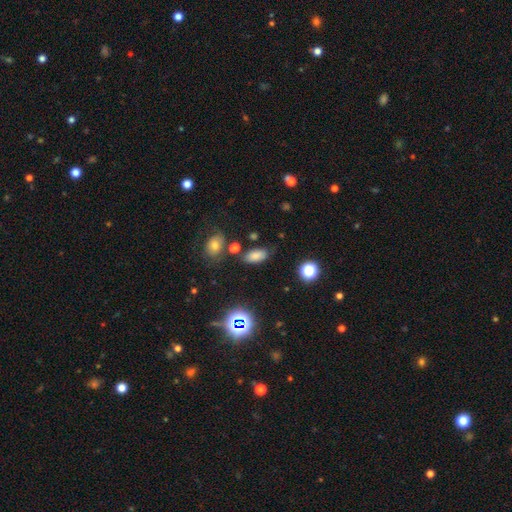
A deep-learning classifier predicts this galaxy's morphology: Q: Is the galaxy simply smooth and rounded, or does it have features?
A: smooth — 75%.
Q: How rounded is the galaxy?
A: in between — 91%.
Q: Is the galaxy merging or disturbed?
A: none — 74%.